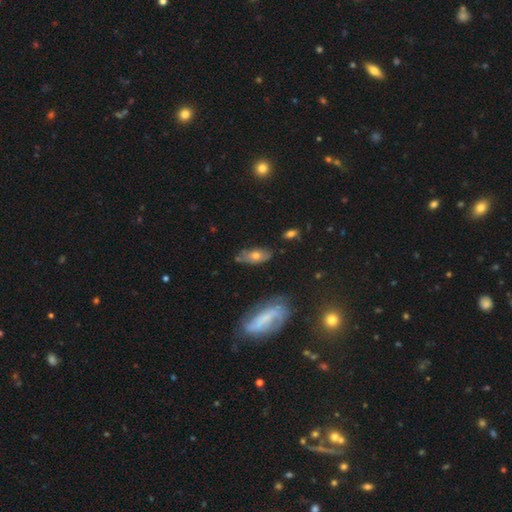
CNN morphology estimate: Overall: smooth (53%; featured or disk 38%). How rounded: in between (77%). Merging: none (66%).